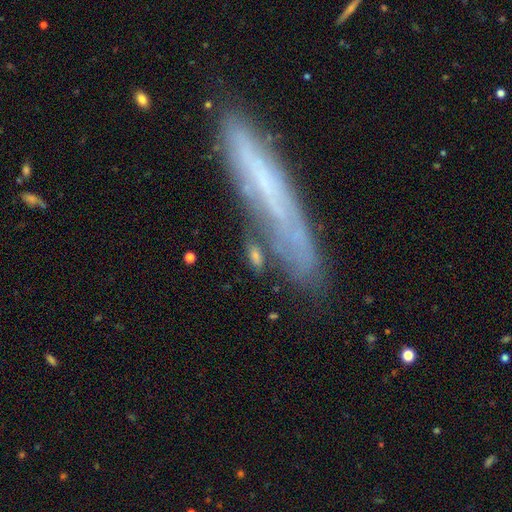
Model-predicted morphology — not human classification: smooth_or_featured: smooth (p=0.50) [alt: featured or disk p=0.37]
merging: none (p=0.62) [alt: minor disturbance p=0.19]